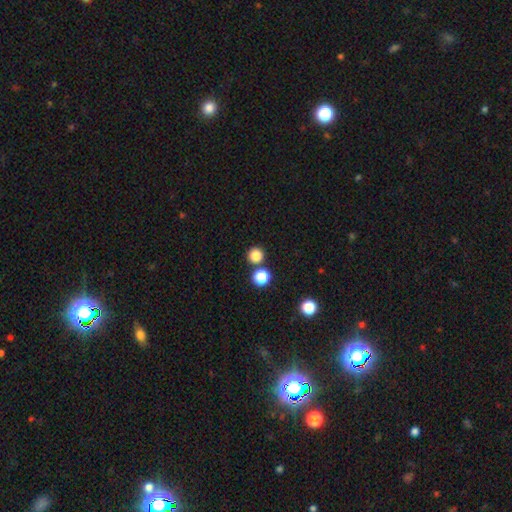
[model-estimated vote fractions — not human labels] smooth 83%, star or artifact 13%, featured or disk 4%. Down the decision tree: how rounded — round (94%); merging — none (78%).